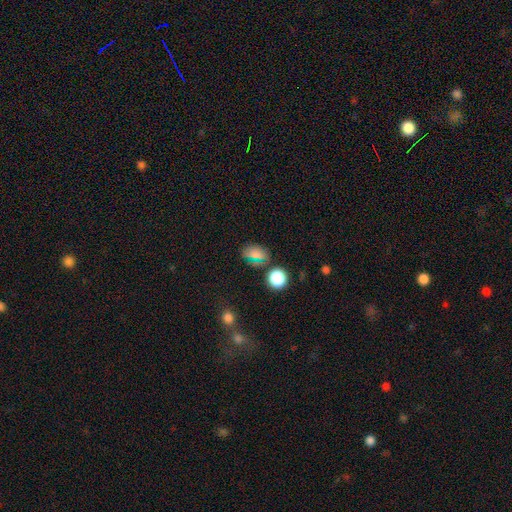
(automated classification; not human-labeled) Smooth or featured? smooth (72%)
How rounded? in between (71%)
Merging? none (73%)